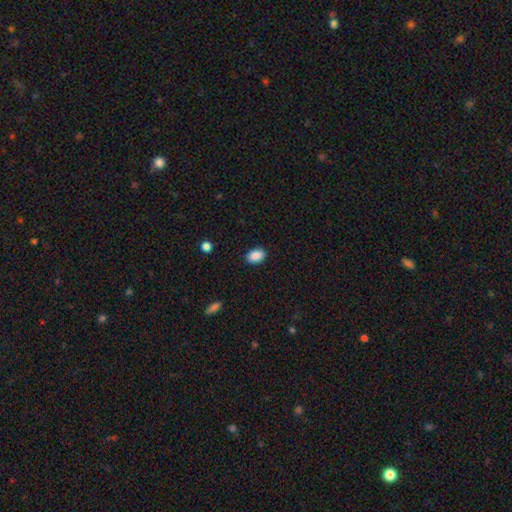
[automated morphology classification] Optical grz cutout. It shows a smooth galaxy with no disk features (89%) that is in between round and cigar-shaped (84%). Merging: none (89%).